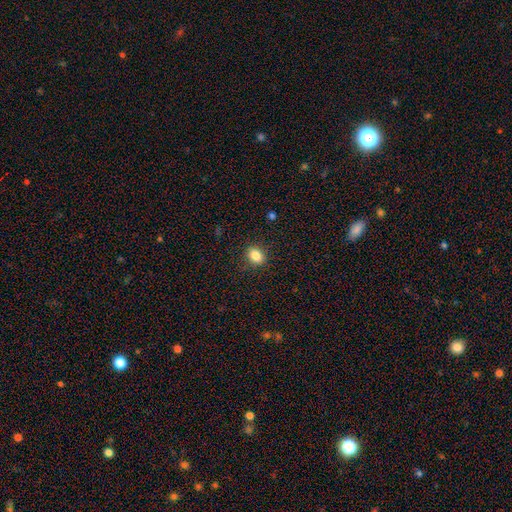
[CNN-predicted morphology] This is clearly a smooth galaxy (84%). How rounded: possibly in between (57%). Merging: clearly none (88%).